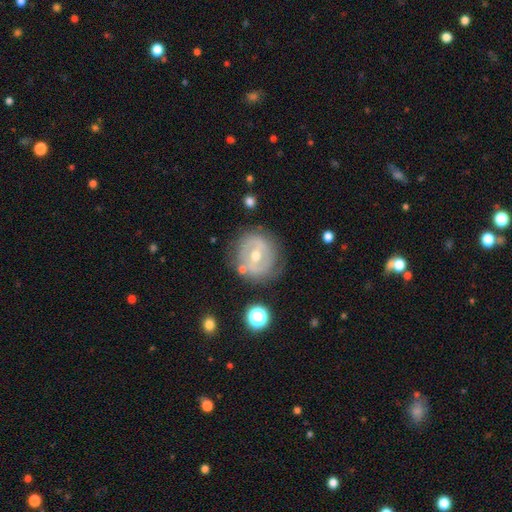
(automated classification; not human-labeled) smooth_or_featured: featured or disk (p=0.70) [alt: smooth p=0.22]
disk_edge_on: no (p=0.96) [alt: yes p=0.04]
bar: weak (p=0.42) [alt: no p=0.32]
has_spiral_arms: yes (p=0.59) [alt: no p=0.41]
bulge_size: moderate (p=0.64) [alt: small p=0.32]
merging: none (p=0.75) [alt: minor disturbance p=0.15]